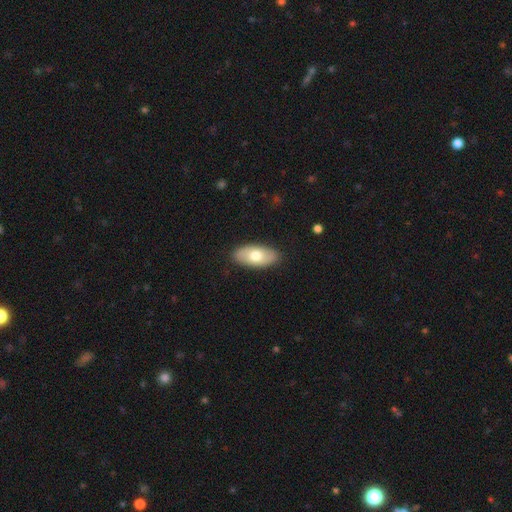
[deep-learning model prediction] Q: Smooth or featured?
A: smooth (70%); runner-up: featured or disk (24%)
Q: How rounded?
A: in between (92%); runner-up: cigar-shaped (5%)
Q: Merging?
A: none (88%); runner-up: minor disturbance (9%)